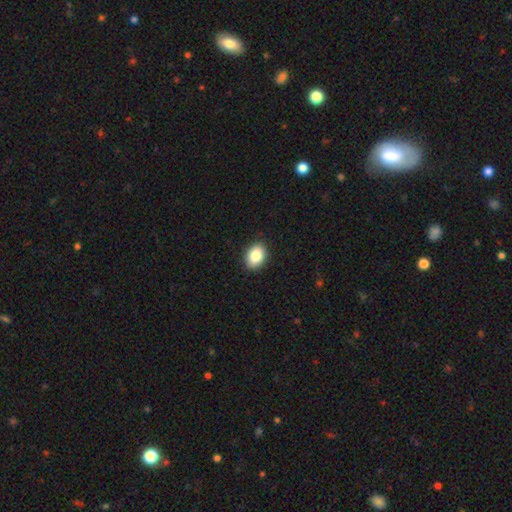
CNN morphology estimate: Smooth or featured: smooth — 86% (star or artifact — 8%)
How rounded: in between — 80% (round — 19%)
Merging: none — 90% (minor disturbance — 8%)